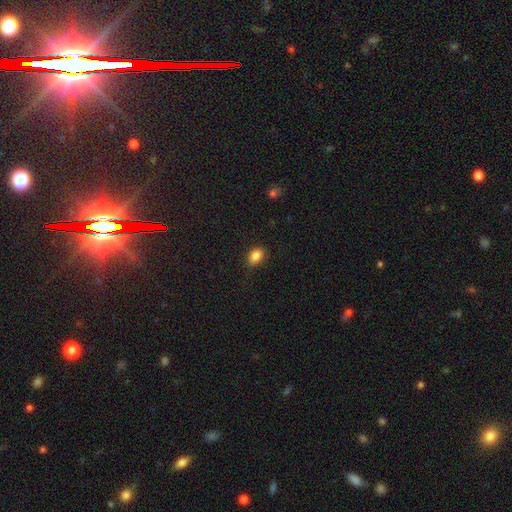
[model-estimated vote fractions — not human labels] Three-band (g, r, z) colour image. It shows a smooth galaxy with no disk features (86%) that is in between round and cigar-shaped (80%). Merging: none (83%).